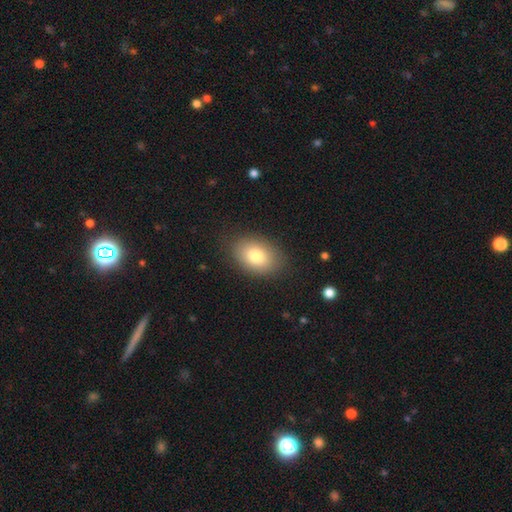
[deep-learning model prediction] Morphology: type=smooth (80%); roundness=in between (81%); merging=none (84%).